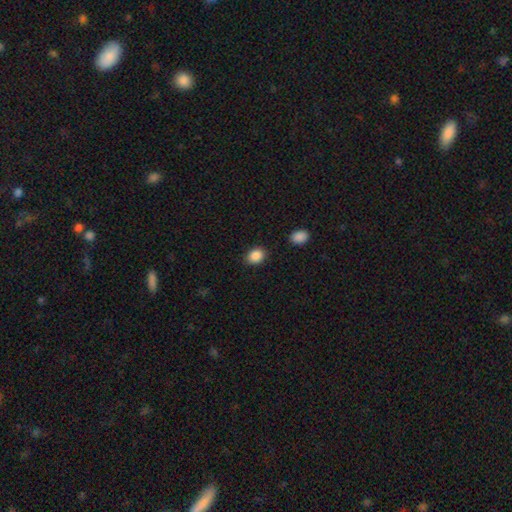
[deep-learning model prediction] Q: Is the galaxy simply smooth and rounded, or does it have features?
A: smooth — 88%.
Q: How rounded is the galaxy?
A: in between — 59%.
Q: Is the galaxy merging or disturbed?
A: none — 85%.